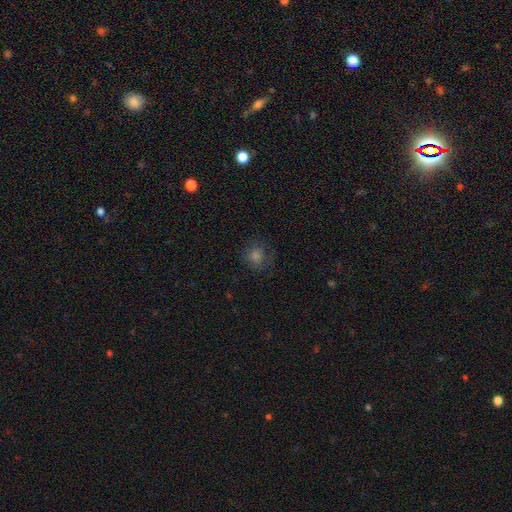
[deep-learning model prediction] smooth_or_featured: smooth (p=0.67) [alt: star or artifact p=0.23]
how_rounded: round (p=0.84) [alt: in between p=0.14]
merging: none (p=0.78) [alt: minor disturbance p=0.14]